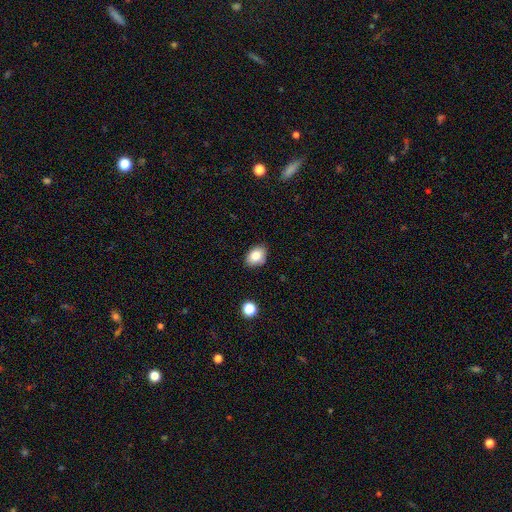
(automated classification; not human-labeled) Smooth or featured: smooth — 83% (star or artifact — 9%)
How rounded: in between — 76% (round — 23%)
Merging: none — 82% (minor disturbance — 14%)